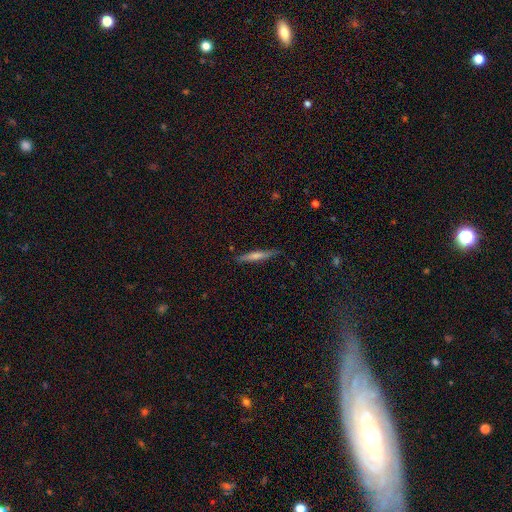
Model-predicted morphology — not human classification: Overall: featured or disk (50%; smooth 42%). Edge-on disk: yes (96%). Merging: none (88%).